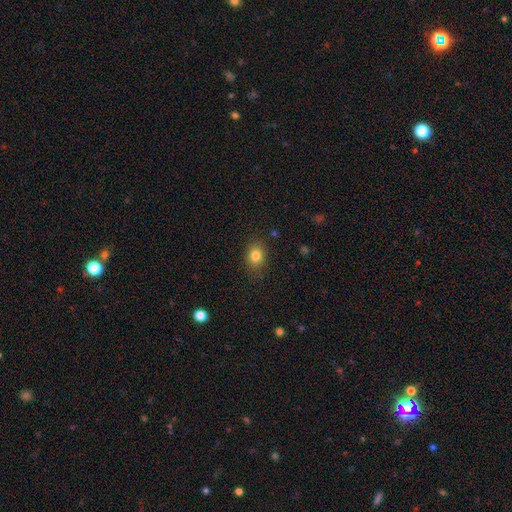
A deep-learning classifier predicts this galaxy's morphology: Q: Smooth or featured?
A: smooth (82%); runner-up: star or artifact (11%)
Q: How rounded?
A: in between (52%); runner-up: round (47%)
Q: Merging?
A: none (82%); runner-up: minor disturbance (13%)